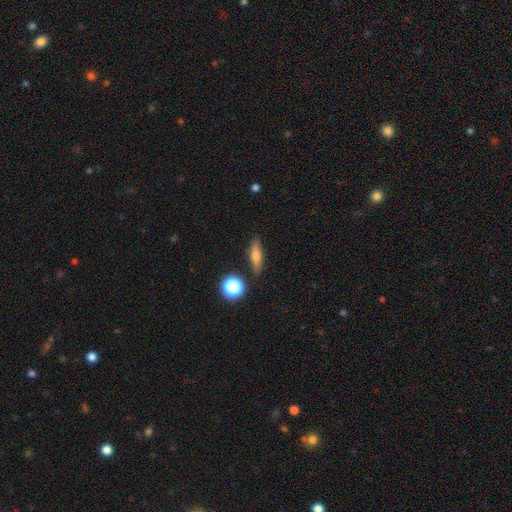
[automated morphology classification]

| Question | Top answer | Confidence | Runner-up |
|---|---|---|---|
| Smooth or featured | smooth | 62% | featured or disk (27%) |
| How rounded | cigar-shaped | 55% | in between (36%) |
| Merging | none | 86% | minor disturbance (9%) |